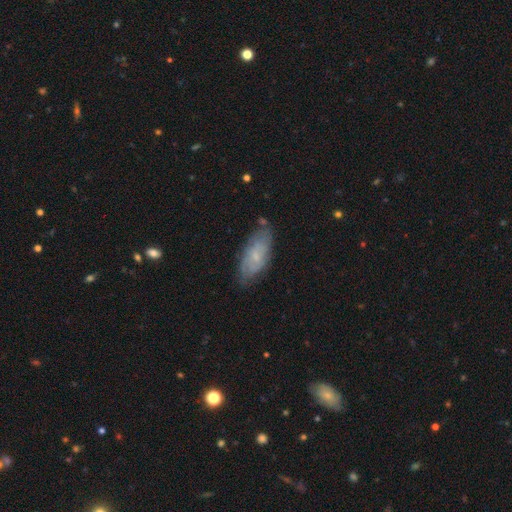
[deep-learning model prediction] This appears to be a featured or disk galaxy (51%). Merging: none (70%).